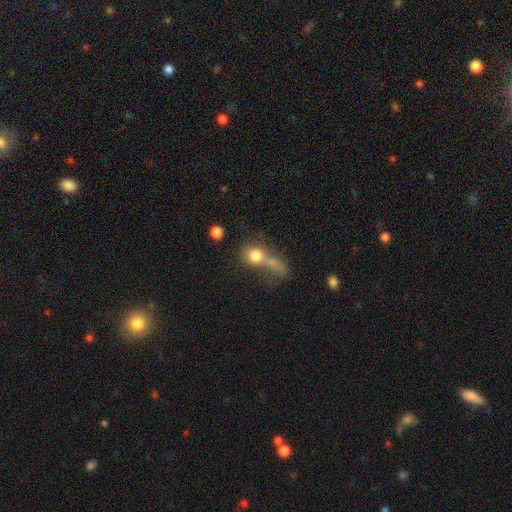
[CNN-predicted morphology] A smooth galaxy with no disk features (75%) that is round (66%). Merging: merger (45%).